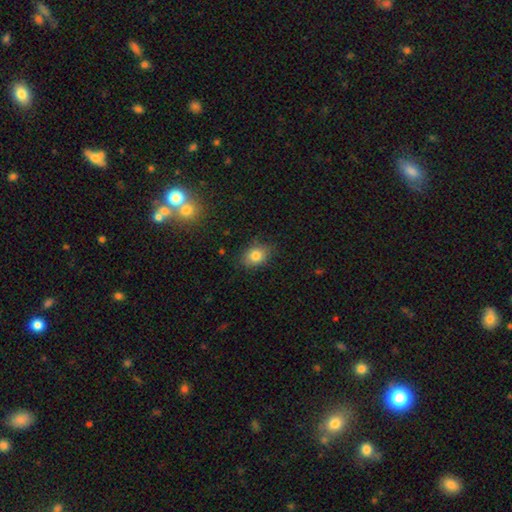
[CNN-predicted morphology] A smooth galaxy with no disk features (81%) that is in between round and cigar-shaped (64%).

Vote fractions:
- Smooth or featured? smooth: 81% / star or artifact: 10% / featured or disk: 8%
- How rounded? in between: 64% / round: 35% / cigar-shaped: 1%
- Merging? none: 81% / minor disturbance: 15% / major disturbance: 3% / merger: 1%